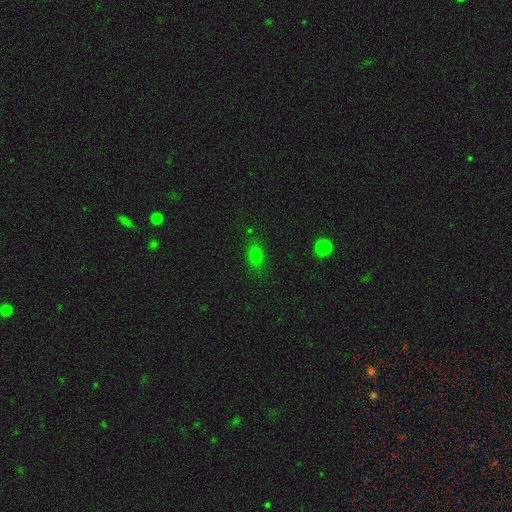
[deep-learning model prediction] Morphology: type=smooth (74%); roundness=in between (60%); merging=none (81%).